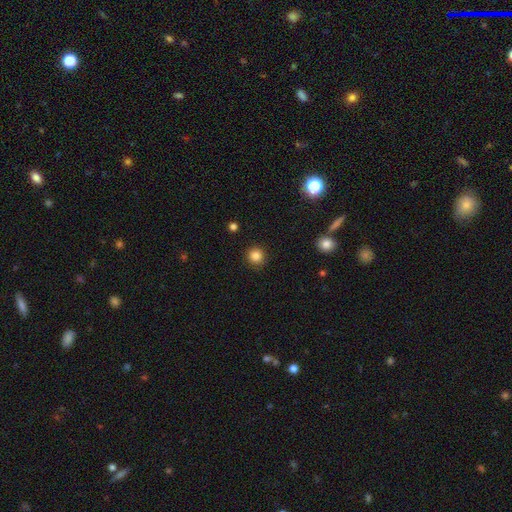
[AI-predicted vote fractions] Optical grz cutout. It shows a smooth galaxy with no disk features (84%) that is round (95%). Merging: none (91%).